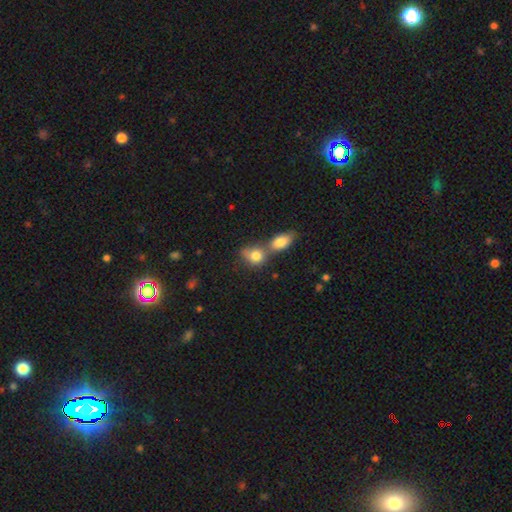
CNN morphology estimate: Smooth or featured: smooth — 80% (featured or disk — 11%)
How rounded: in between — 50% (round — 47%)
Merging: merger — 59% (none — 27%)